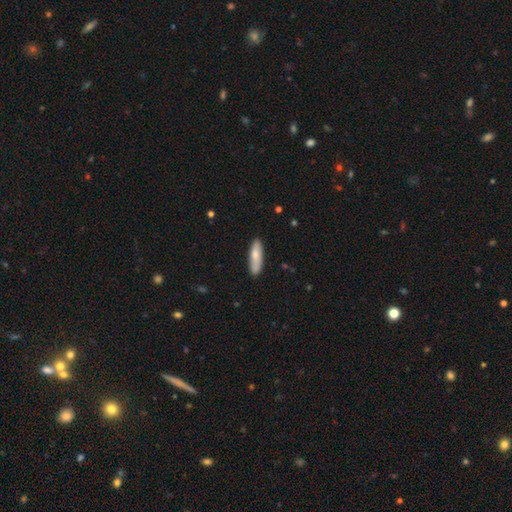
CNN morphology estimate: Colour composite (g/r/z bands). It shows a smooth galaxy with no disk features (74%) that is cigar-shaped (57%). Merging: none (84%).